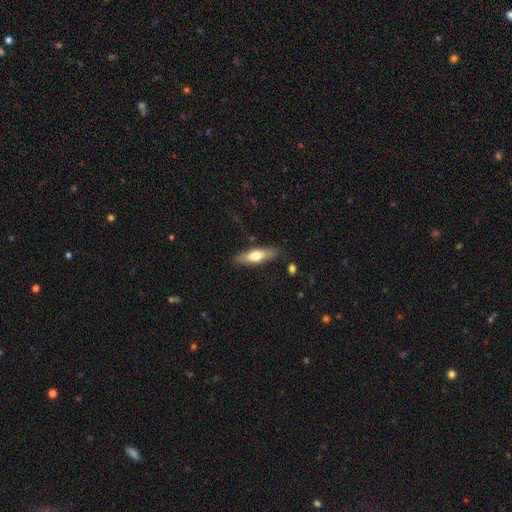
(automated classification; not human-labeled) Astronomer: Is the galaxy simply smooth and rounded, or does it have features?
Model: smooth — 59% (runner-up: featured or disk, 35%).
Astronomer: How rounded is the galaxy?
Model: cigar-shaped — 54% (runner-up: in between, 44%).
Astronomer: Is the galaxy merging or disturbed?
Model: none — 84%.